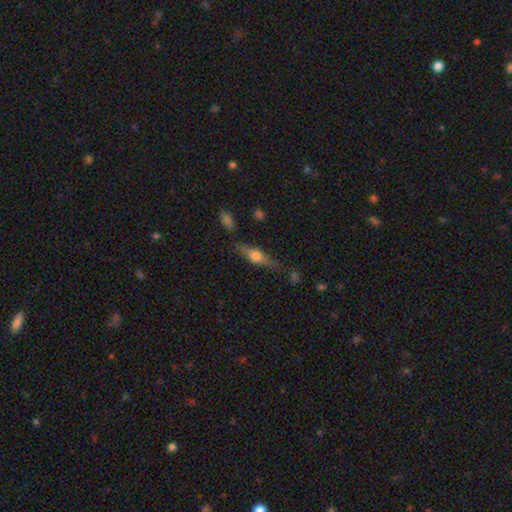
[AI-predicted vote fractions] Smooth or featured? featured or disk (54%)
Edge-on disk? yes (93%)
Edge-on bulge? rounded (93%)
Merging? none (75%)